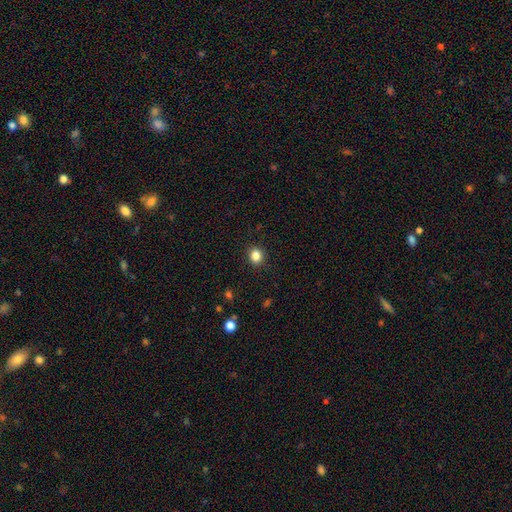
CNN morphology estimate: Smooth or featured? Predicted: smooth (p=0.84). How rounded? Predicted: round (p=0.75). Merging? Predicted: none (p=0.91).